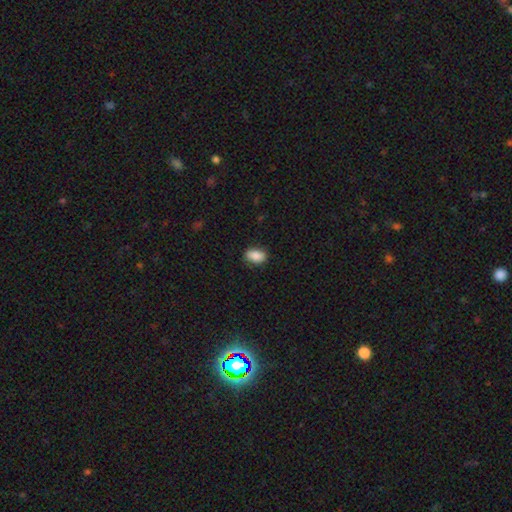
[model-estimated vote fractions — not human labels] Overall: smooth (88%). How rounded: in between (89%). Merging: none (83%).